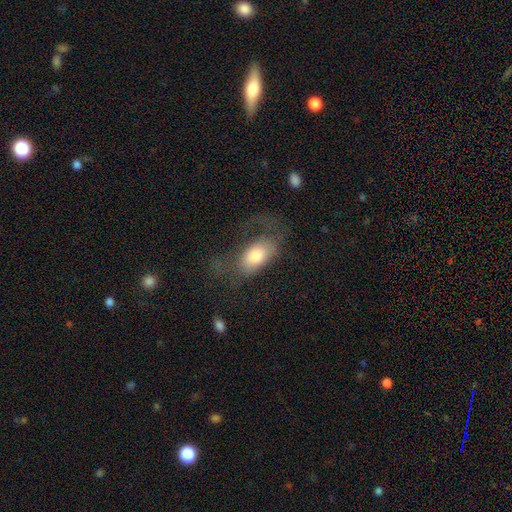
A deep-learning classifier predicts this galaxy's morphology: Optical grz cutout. It shows a smooth galaxy with no disk features (67%) that is in between round and cigar-shaped (90%). Merging: major disturbance (46%).